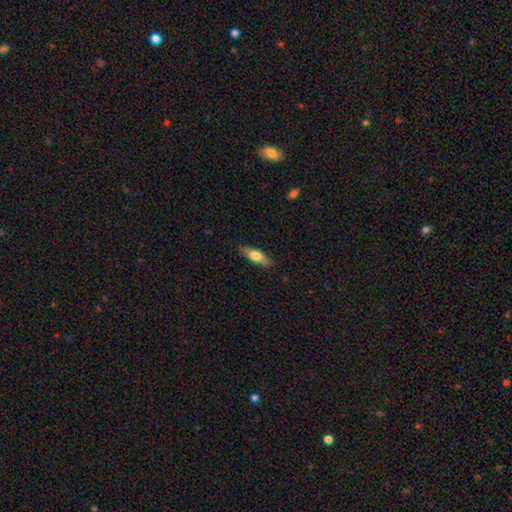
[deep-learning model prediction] Smooth or featured: smooth — 69% (featured or disk — 25%)
How rounded: in between — 58% (cigar-shaped — 39%)
Merging: none — 85% (minor disturbance — 11%)